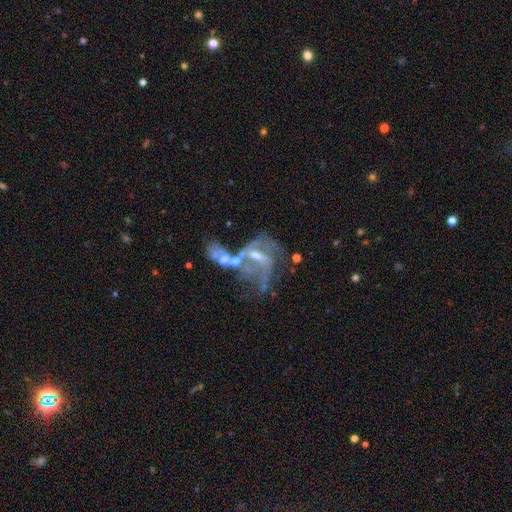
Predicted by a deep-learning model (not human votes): smooth_or_featured: featured or disk (p=0.75) [alt: star or artifact p=0.13]
disk_edge_on: no (p=0.96) [alt: yes p=0.04]
bar: weak (p=0.42) [alt: no p=0.40]
has_spiral_arms: yes (p=0.66) [alt: no p=0.34]
bulge_size: small (p=0.44) [alt: moderate p=0.39]
merging: merger (p=0.38) [alt: major disturbance p=0.29]